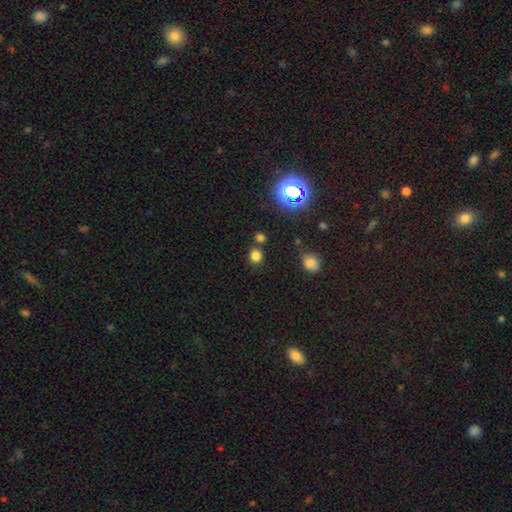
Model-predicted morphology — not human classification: This is likely a smooth galaxy (74%). How rounded: likely round (77%). Merging: likely none (75%).